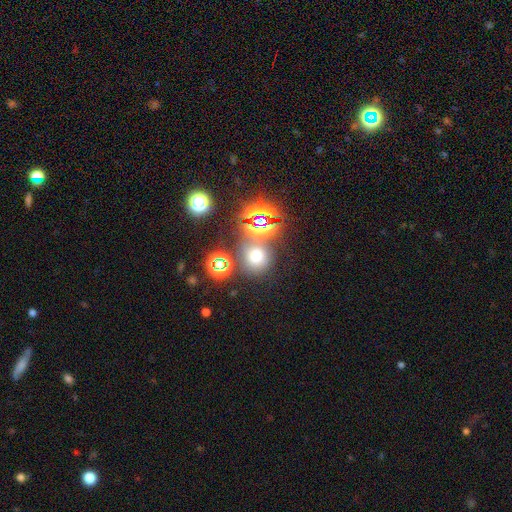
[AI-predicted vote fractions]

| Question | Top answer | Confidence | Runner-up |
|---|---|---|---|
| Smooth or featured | smooth | 54% | star or artifact (37%) |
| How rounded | round | 86% | in between (13%) |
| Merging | none | 69% | merger (16%) |